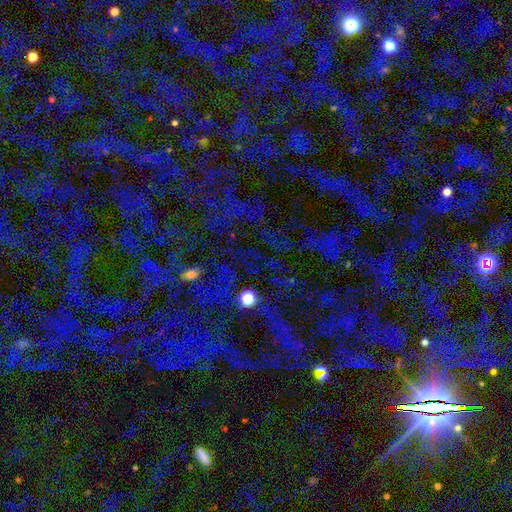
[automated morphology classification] type=star or artifact (61%).